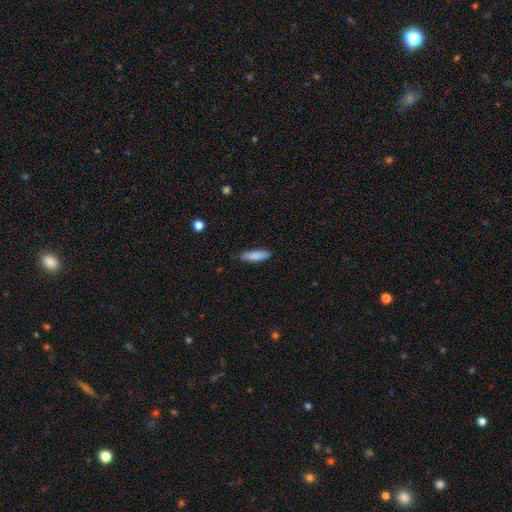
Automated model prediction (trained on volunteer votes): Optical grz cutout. It shows a smooth galaxy with no disk features (85%) that is cigar-shaped (67%). Merging: none (84%).